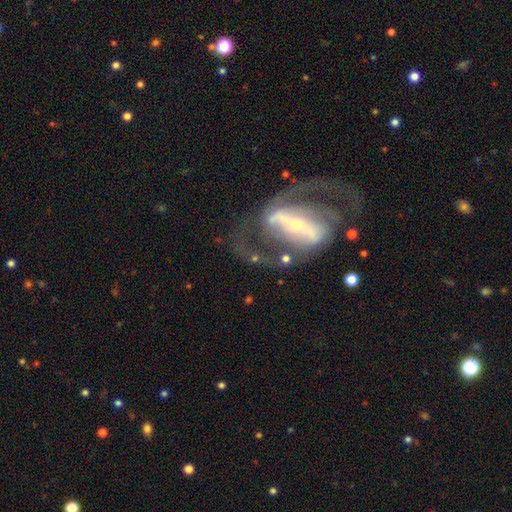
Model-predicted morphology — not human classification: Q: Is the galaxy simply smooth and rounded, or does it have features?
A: featured or disk — 86%.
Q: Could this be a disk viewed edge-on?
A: no — 93%.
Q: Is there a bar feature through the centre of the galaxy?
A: strong — 70%.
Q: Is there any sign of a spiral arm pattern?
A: yes — 85%.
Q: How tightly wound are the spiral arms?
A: medium — 50%.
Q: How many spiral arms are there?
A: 2 — 86%.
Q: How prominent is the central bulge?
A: small — 68%.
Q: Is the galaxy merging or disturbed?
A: none — 61%.